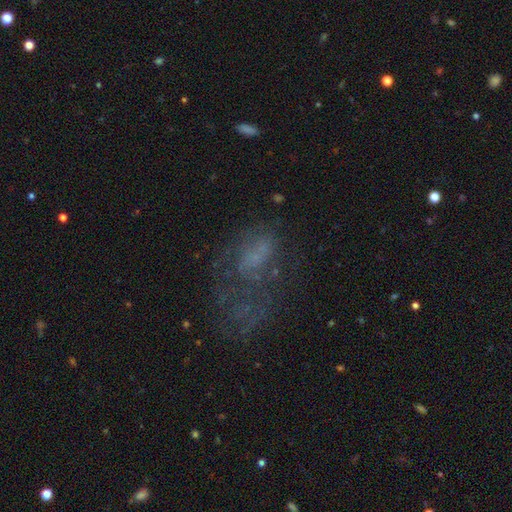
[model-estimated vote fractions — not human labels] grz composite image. It shows a featured or disk galaxy (43%). Merging: major disturbance (47%).